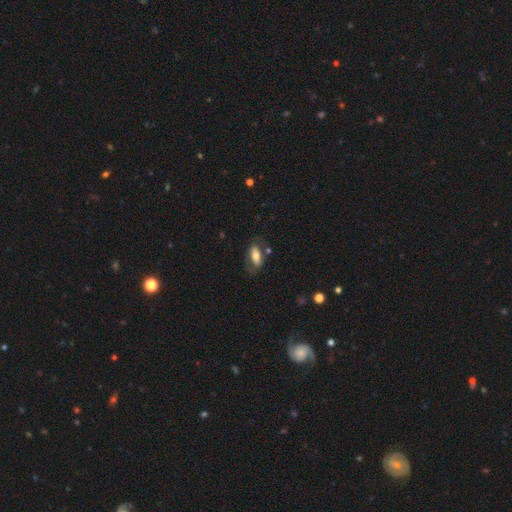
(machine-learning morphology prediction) Smooth or featured?
  - smooth: 63% *
  - featured or disk: 30%
  - star or artifact: 7%
How rounded?
  - in between: 84% *
  - cigar-shaped: 13%
  - round: 4%
Merging?
  - none: 63% *
  - minor disturbance: 20%
  - major disturbance: 11%
  - merger: 5%